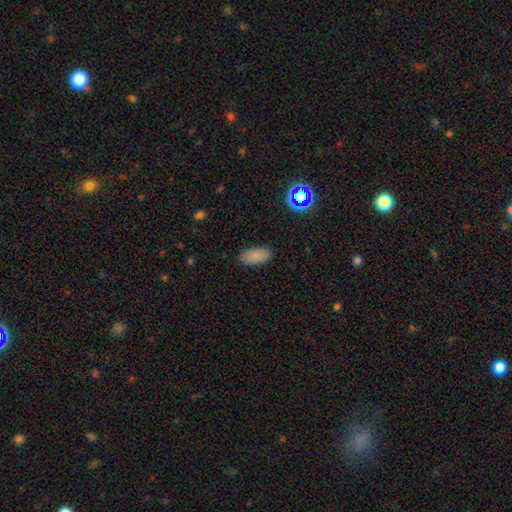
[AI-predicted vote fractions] A smooth galaxy with no disk features (85%) that is in between round and cigar-shaped (91%).

Vote fractions:
- Smooth or featured? smooth: 85% / star or artifact: 10% / featured or disk: 5%
- How rounded? in between: 91% / cigar-shaped: 6% / round: 3%
- Merging? none: 87% / minor disturbance: 9% / major disturbance: 2% / merger: 1%